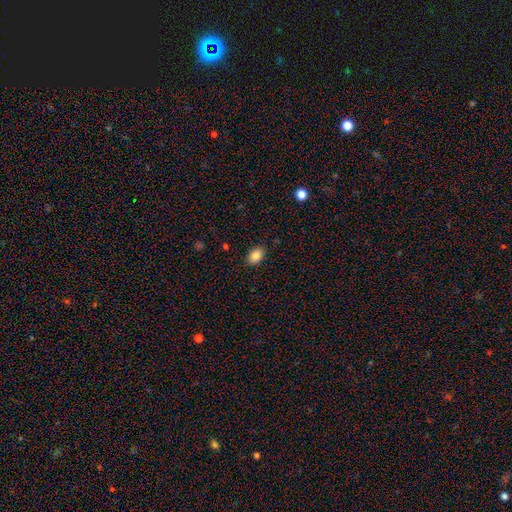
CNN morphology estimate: smooth_or_featured: smooth (p=0.87) [alt: star or artifact p=0.09]
how_rounded: in between (p=0.83) [alt: round p=0.15]
merging: none (p=0.88) [alt: minor disturbance p=0.09]